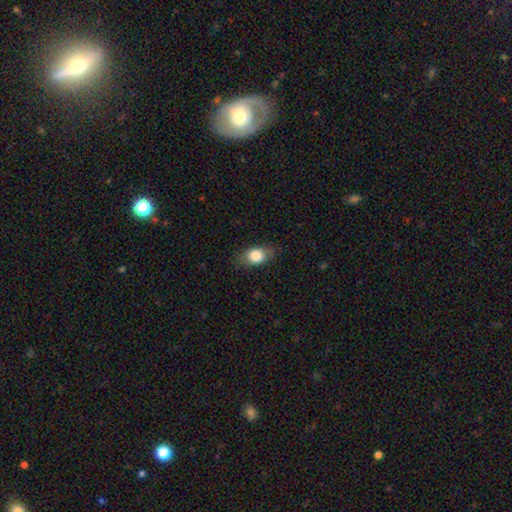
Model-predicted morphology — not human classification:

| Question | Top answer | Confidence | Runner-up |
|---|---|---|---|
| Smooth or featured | smooth | 80% | featured or disk (12%) |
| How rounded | in between | 75% | round (22%) |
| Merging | none | 80% | minor disturbance (15%) |